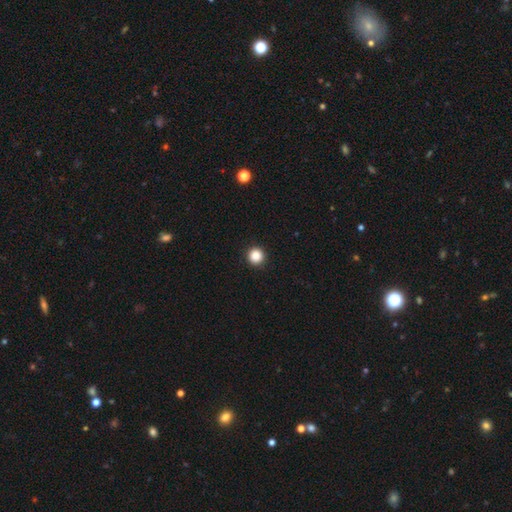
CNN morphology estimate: smooth-or-featured: smooth: 87% | star or artifact: 10% | featured or disk: 3%
  how-rounded: round: 96% | in between: 4% | cigar-shaped: 1%
  merging: none: 93% | minor disturbance: 4% | major disturbance: 1% | merger: 1%